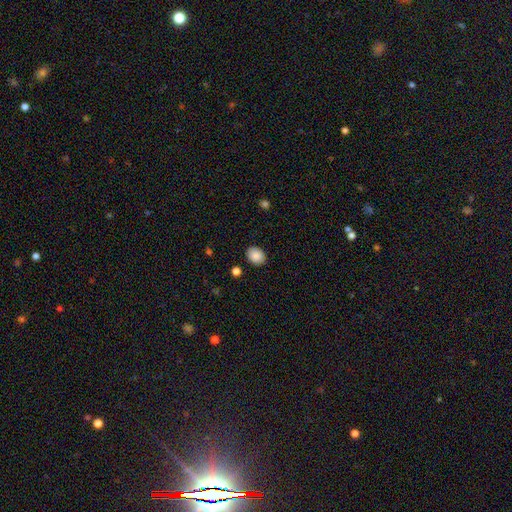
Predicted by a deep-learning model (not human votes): This is clearly a smooth galaxy (88%). How rounded: possibly round (53%). Merging: clearly none (86%).